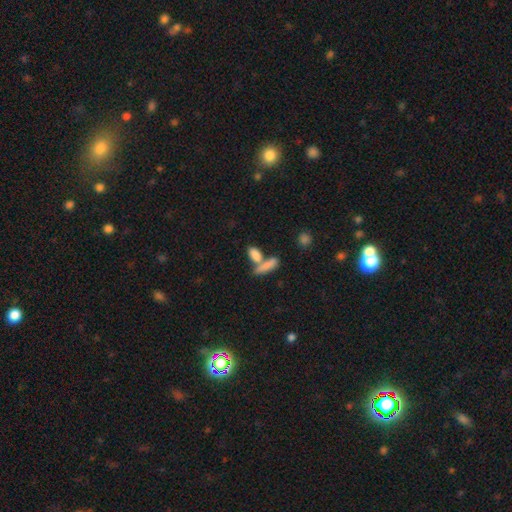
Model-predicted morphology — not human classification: Smooth or featured?
  - smooth: 81% *
  - featured or disk: 11%
  - star or artifact: 8%
How rounded?
  - in between: 66% *
  - cigar-shaped: 29%
  - round: 5%
Merging?
  - merger: 45% *
  - none: 42%
  - minor disturbance: 9%
  - major disturbance: 4%